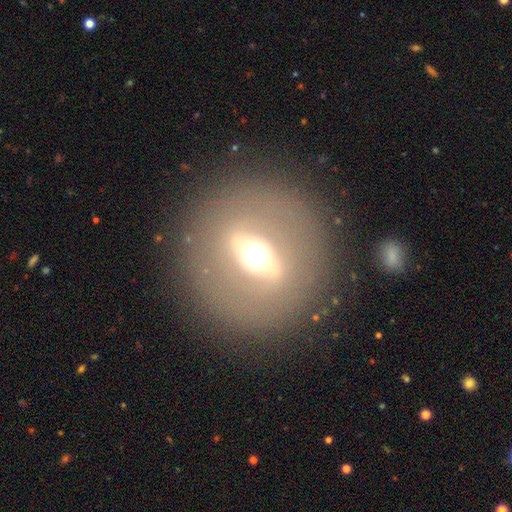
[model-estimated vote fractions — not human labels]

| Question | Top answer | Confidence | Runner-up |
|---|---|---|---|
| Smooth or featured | featured or disk | 66% | smooth (24%) |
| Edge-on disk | no | 62% | yes (38%) |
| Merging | none | 86% | minor disturbance (8%) |